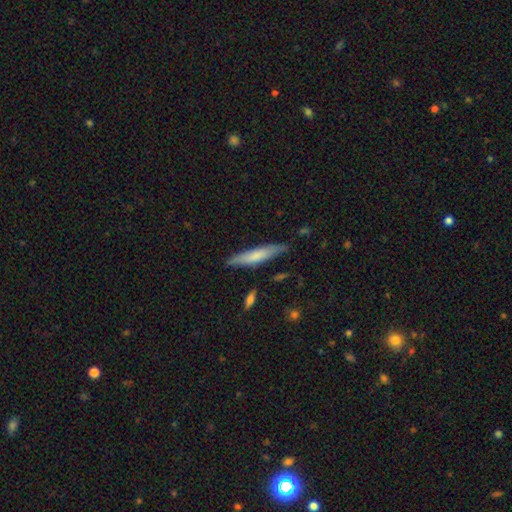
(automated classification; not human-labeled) Smooth or featured: smooth — 68% (featured or disk — 27%)
How rounded: cigar-shaped — 86% (in between — 13%)
Merging: none — 83% (minor disturbance — 13%)